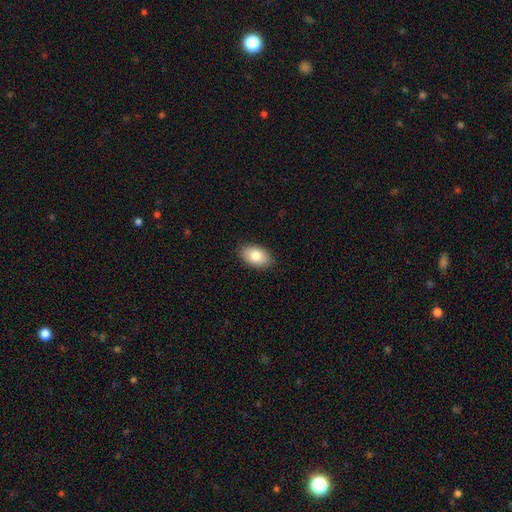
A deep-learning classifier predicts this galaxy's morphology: smooth 82%, featured or disk 11%, star or artifact 7%. Down the decision tree: how rounded — in between (92%); merging — none (89%).